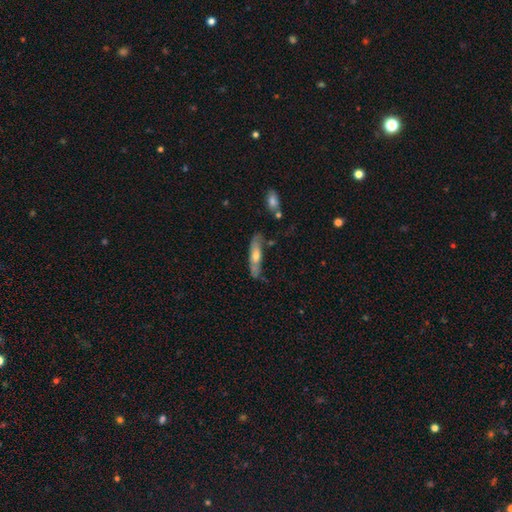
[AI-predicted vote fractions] Smooth or featured? smooth (50%)
How rounded? cigar-shaped (71%)
Merging? none (65%)